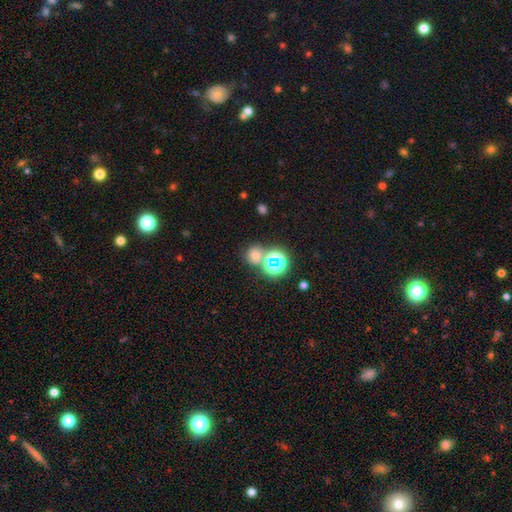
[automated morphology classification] smooth 58%, star or artifact 32%, featured or disk 10%. Down the decision tree: how rounded — round (79%); merging — none (58%).